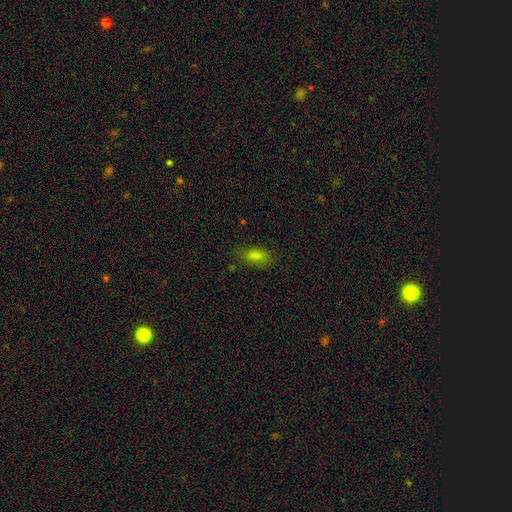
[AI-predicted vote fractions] Smooth or featured? smooth (80%)
How rounded? in between (85%)
Merging? none (73%)